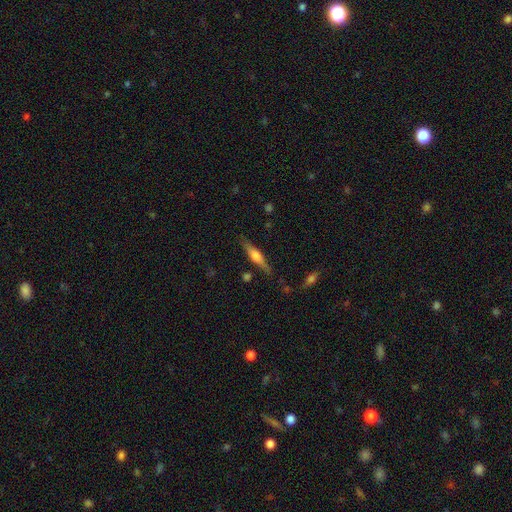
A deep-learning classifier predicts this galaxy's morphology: featured or disk 64%, smooth 30%, star or artifact 6%. Down the decision tree: edge-on disk — yes (96%); edge-on bulge — rounded (85%); merging — none (83%).